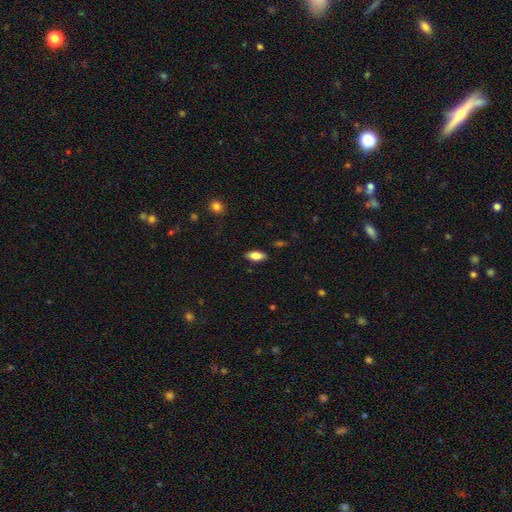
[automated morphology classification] Smooth or featured?
  - smooth: 81% *
  - featured or disk: 11%
  - star or artifact: 7%
How rounded?
  - in between: 86% *
  - cigar-shaped: 11%
  - round: 3%
Merging?
  - none: 86% *
  - minor disturbance: 10%
  - major disturbance: 2%
  - merger: 1%